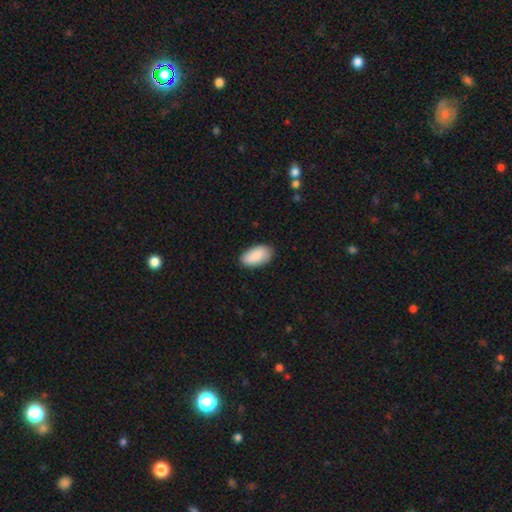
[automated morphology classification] A smooth galaxy with no disk features (90%) that is in between round and cigar-shaped (94%).

Vote fractions:
- Smooth or featured? smooth: 90% / star or artifact: 6% / featured or disk: 5%
- How rounded? in between: 94% / cigar-shaped: 3% / round: 3%
- Merging? none: 84% / minor disturbance: 12% / major disturbance: 2% / merger: 1%